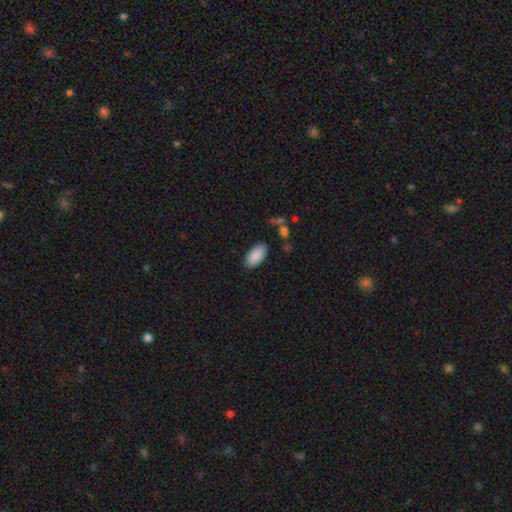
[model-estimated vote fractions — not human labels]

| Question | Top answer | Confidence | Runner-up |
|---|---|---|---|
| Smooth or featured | smooth | 90% | star or artifact (6%) |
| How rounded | in between | 93% | cigar-shaped (5%) |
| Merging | none | 86% | minor disturbance (9%) |